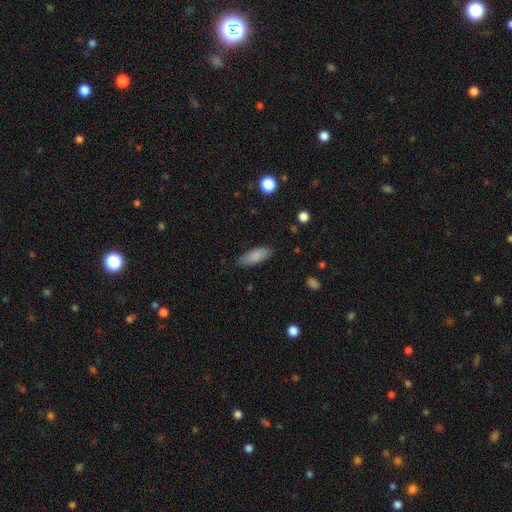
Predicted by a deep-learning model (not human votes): Smooth or featured: smooth — 84% (featured or disk — 10%)
How rounded: in between — 72% (cigar-shaped — 26%)
Merging: none — 83% (minor disturbance — 14%)